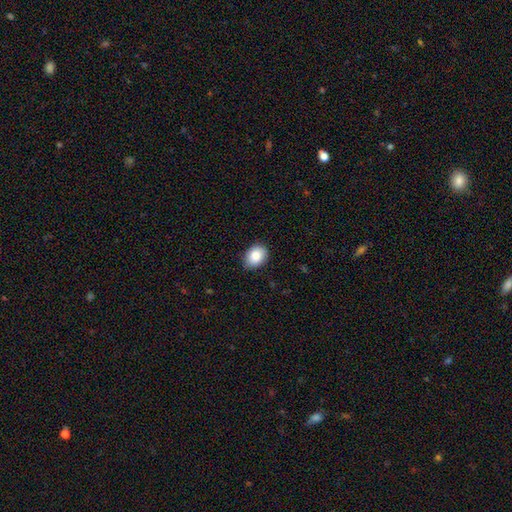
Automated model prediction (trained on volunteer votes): The model was most divided on "how rounded": in between: 72%, round: 27%, cigar-shaped: 1%. More confident: smooth or featured — smooth (87%); merging — none (85%).